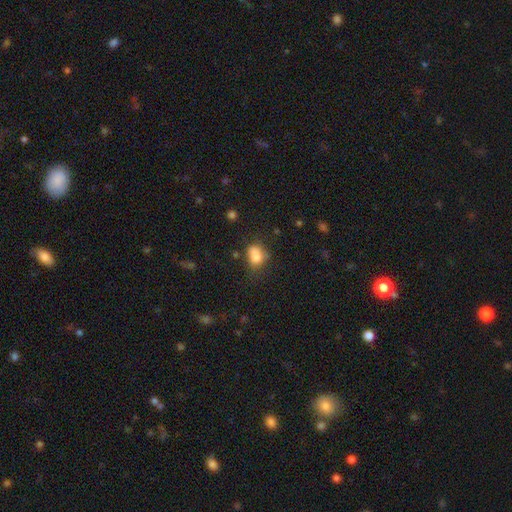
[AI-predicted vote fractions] smooth-or-featured: smooth: 76% | featured or disk: 12% | star or artifact: 12%
  how-rounded: in between: 63% | round: 36% | cigar-shaped: 1%
  merging: none: 38% | minor disturbance: 28% | merger: 20% | major disturbance: 15%